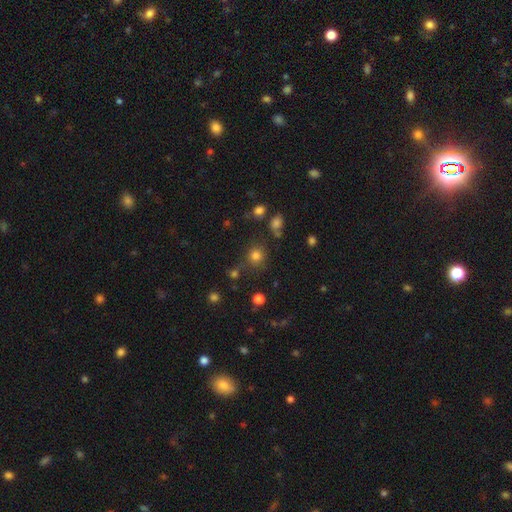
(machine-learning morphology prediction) Smooth or featured?
  - smooth: 78% *
  - star or artifact: 16%
  - featured or disk: 6%
How rounded?
  - round: 89% *
  - in between: 10%
  - cigar-shaped: 1%
Merging?
  - none: 75% *
  - minor disturbance: 12%
  - merger: 8%
  - major disturbance: 5%